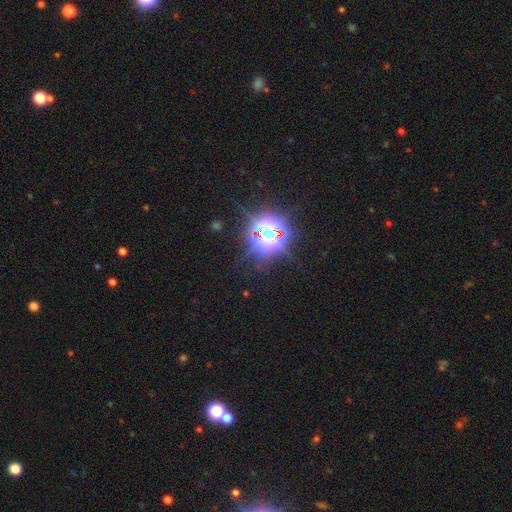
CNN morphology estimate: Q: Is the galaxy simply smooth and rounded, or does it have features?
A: star or artifact — 83%.